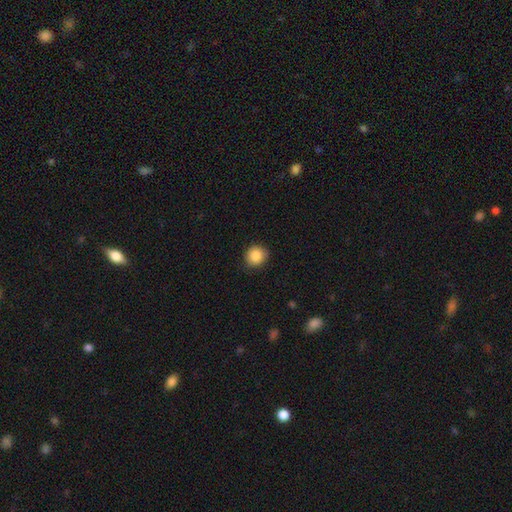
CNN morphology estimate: Overall: smooth (86%). How rounded: round (84%). Merging: none (87%).